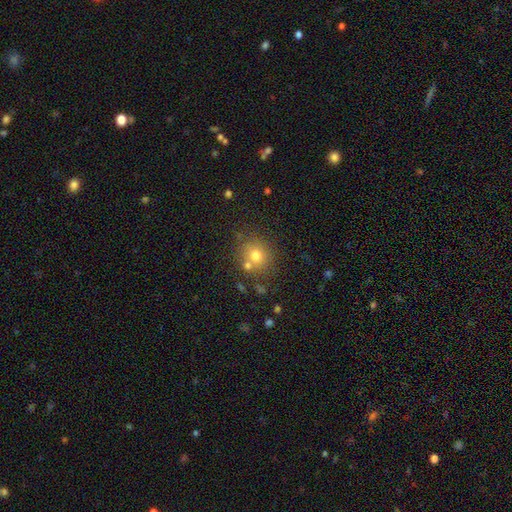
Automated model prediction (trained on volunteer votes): A smooth galaxy with no disk features (72%) that is round (83%).

Vote fractions:
- Smooth or featured? smooth: 72% / star or artifact: 15% / featured or disk: 13%
- How rounded? round: 83% / in between: 16% / cigar-shaped: 1%
- Merging? none: 67% / merger: 18% / minor disturbance: 11% / major disturbance: 4%